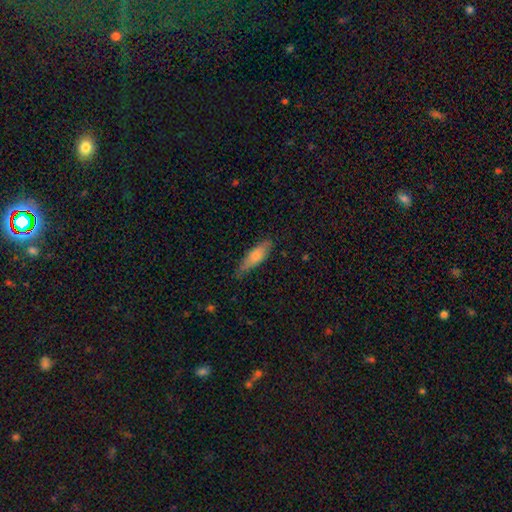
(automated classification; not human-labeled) Q: Smooth or featured?
A: smooth (76%); runner-up: featured or disk (18%)
Q: How rounded?
A: in between (51%); runner-up: cigar-shaped (47%)
Q: Merging?
A: none (67%); runner-up: minor disturbance (27%)